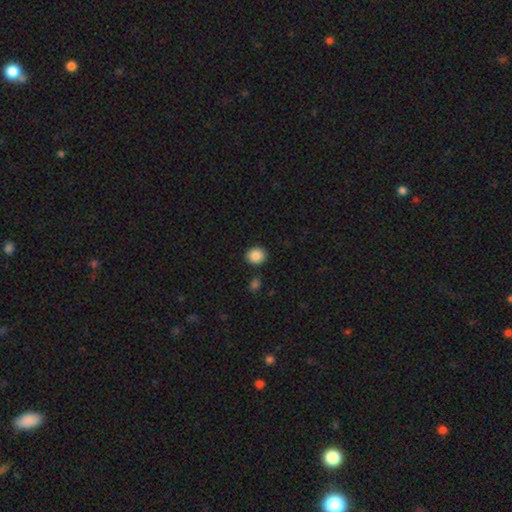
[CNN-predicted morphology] A smooth galaxy with no disk features (88%) that is round (70%).

Vote fractions:
- Smooth or featured? smooth: 88% / star or artifact: 8% / featured or disk: 3%
- How rounded? round: 70% / in between: 29% / cigar-shaped: 1%
- Merging? none: 87% / minor disturbance: 8% / merger: 3% / major disturbance: 2%